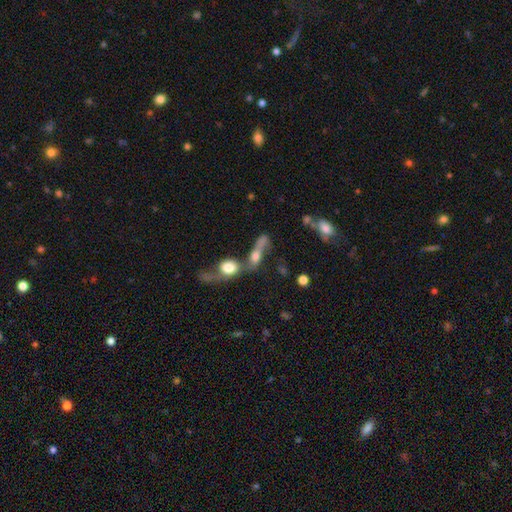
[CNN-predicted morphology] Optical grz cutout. It shows a smooth galaxy with no disk features (47%). Merging: merger (59%).